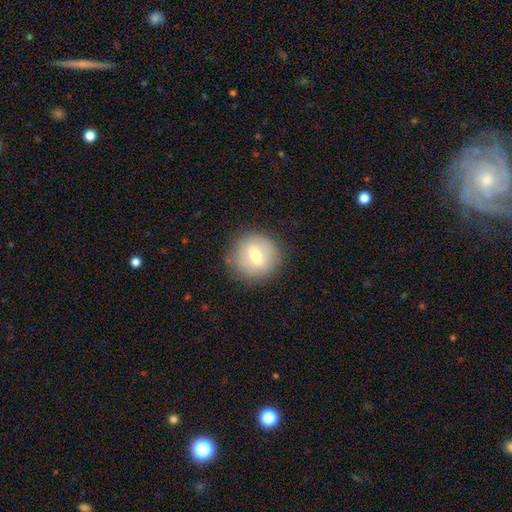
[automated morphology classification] Smooth or featured?
  - smooth: 52% *
  - featured or disk: 39%
  - star or artifact: 8%
How rounded?
  - round: 90% *
  - in between: 9%
  - cigar-shaped: 1%
Merging?
  - none: 83% *
  - minor disturbance: 12%
  - major disturbance: 4%
  - merger: 1%